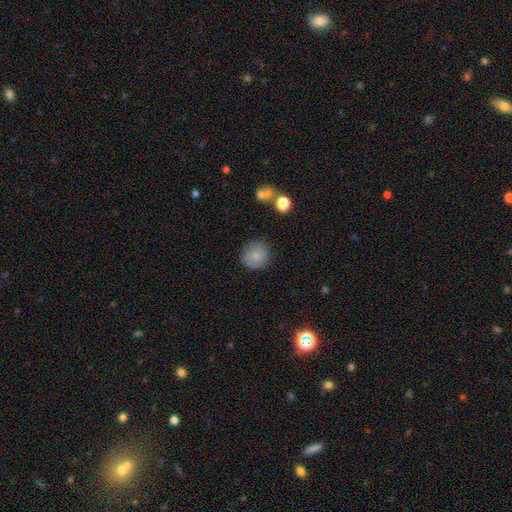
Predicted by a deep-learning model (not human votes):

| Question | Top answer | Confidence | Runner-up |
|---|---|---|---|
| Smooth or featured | smooth | 84% | star or artifact (8%) |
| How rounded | round | 91% | in between (8%) |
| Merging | none | 84% | minor disturbance (11%) |